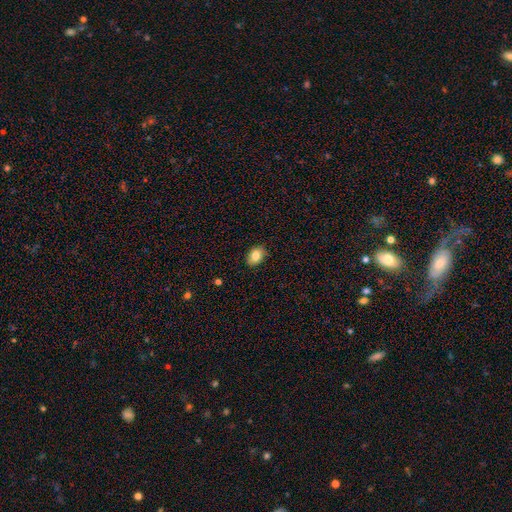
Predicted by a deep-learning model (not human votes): A smooth galaxy with no disk features (82%) that is in between round and cigar-shaped (79%).

Vote fractions:
- Smooth or featured? smooth: 82% / featured or disk: 10% / star or artifact: 8%
- How rounded? in between: 79% / round: 20% / cigar-shaped: 1%
- Merging? none: 85% / minor disturbance: 12% / major disturbance: 2% / merger: 1%